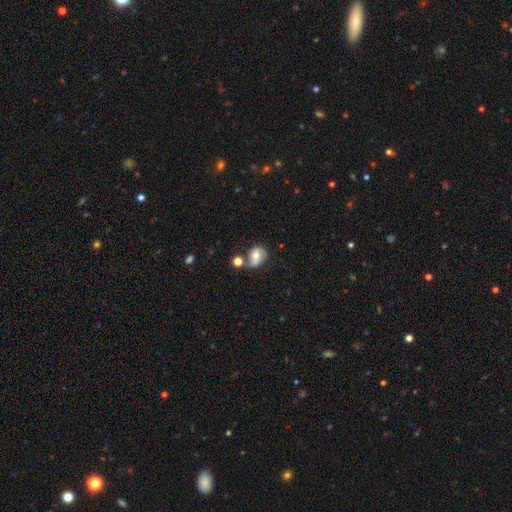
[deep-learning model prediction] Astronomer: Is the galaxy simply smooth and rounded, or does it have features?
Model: smooth — 56% (runner-up: featured or disk, 34%).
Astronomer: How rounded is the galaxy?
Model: in between — 53% (runner-up: round, 45%).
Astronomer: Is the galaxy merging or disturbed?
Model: none — 49%.